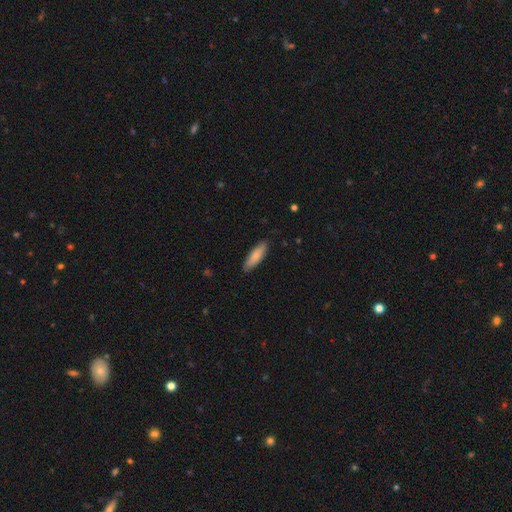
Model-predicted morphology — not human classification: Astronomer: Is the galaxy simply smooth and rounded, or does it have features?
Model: smooth — 81%.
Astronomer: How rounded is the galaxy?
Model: cigar-shaped — 51% (runner-up: in between, 47%).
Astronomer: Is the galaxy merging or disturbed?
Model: none — 86%.